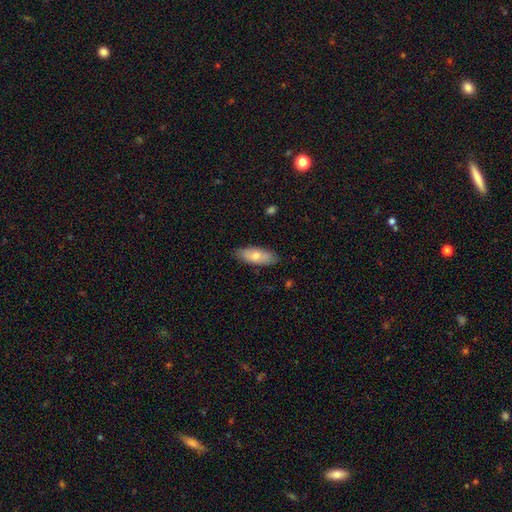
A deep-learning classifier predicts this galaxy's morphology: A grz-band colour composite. It shows a smooth galaxy with no disk features (66%) that is in between round and cigar-shaped (73%). Merging: none (86%).